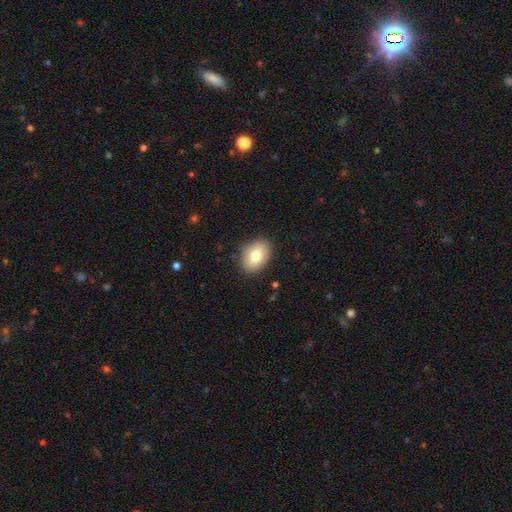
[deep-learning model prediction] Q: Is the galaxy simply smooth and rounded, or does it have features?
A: smooth — 80%.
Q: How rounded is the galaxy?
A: in between — 82%.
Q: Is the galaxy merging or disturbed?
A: none — 85%.